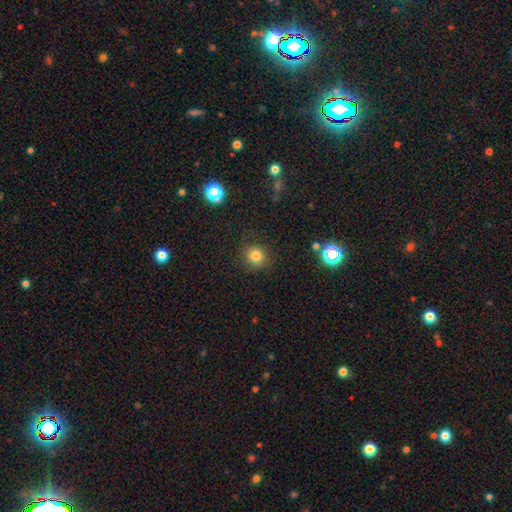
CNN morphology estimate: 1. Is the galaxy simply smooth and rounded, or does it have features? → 79% smooth, 15% star or artifact, 6% featured or disk.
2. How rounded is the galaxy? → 90% round, 9% in between, 1% cigar-shaped.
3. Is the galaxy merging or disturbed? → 86% none, 9% minor disturbance, 4% major disturbance, 1% merger.